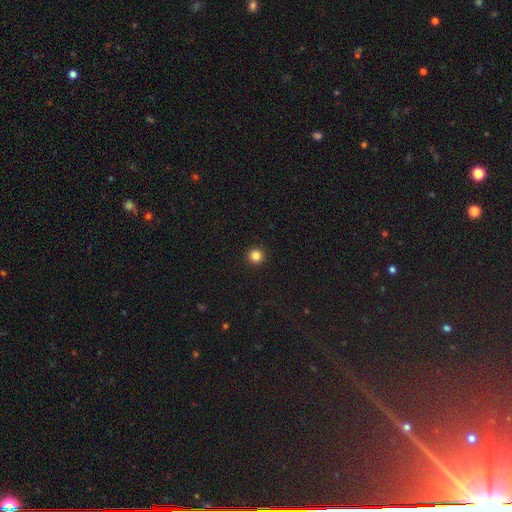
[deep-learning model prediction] Q: Smooth or featured?
A: smooth (85%); runner-up: star or artifact (12%)
Q: How rounded?
A: round (95%); runner-up: in between (4%)
Q: Merging?
A: none (94%); runner-up: minor disturbance (4%)